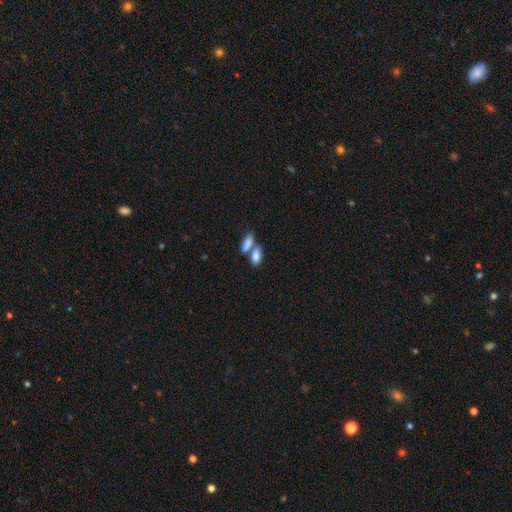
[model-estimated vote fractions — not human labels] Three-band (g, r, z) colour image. It shows a smooth galaxy with no disk features (82%) that is in between round and cigar-shaped (87%). Merging: merger (53%).